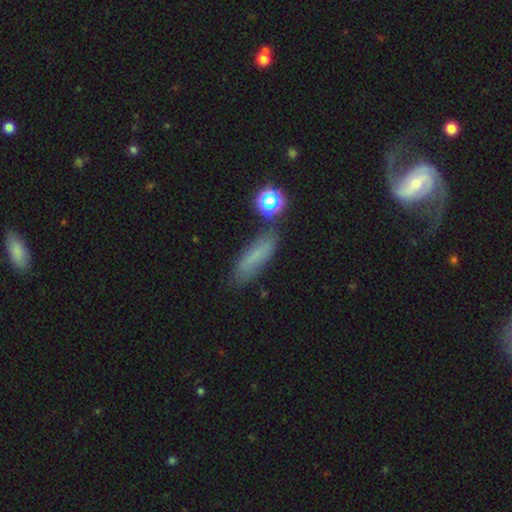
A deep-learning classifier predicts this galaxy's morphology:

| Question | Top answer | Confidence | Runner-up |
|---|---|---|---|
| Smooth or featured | smooth | 72% | featured or disk (16%) |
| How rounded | cigar-shaped | 58% | in between (37%) |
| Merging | none | 67% | minor disturbance (20%) |